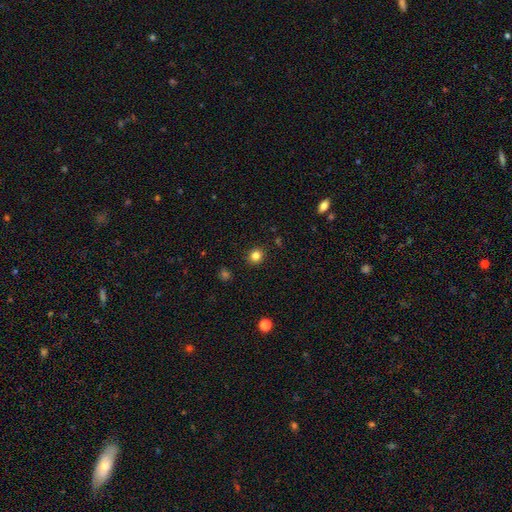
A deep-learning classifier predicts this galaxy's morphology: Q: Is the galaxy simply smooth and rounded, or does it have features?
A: smooth — 83%.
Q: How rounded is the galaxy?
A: round — 89%.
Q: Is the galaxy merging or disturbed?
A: none — 91%.